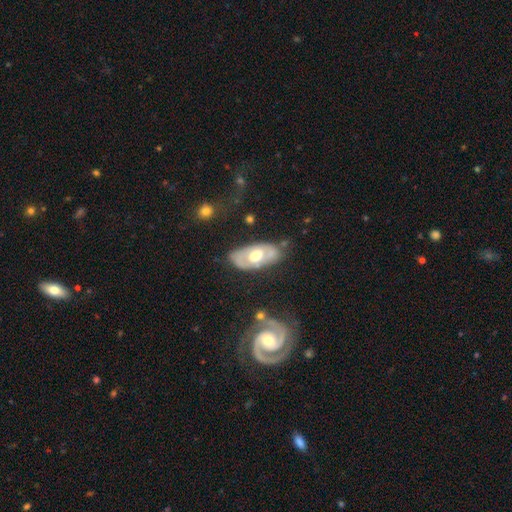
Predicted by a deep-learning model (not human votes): smooth_or_featured: featured or disk (p=0.63) [alt: smooth p=0.31]
disk_edge_on: no (p=0.89) [alt: yes p=0.11]
bar: no (p=0.70) [alt: weak p=0.22]
has_spiral_arms: yes (p=0.51) [alt: no p=0.49]
bulge_size: moderate (p=0.70) [alt: large p=0.18]
merging: none (p=0.68) [alt: minor disturbance p=0.18]